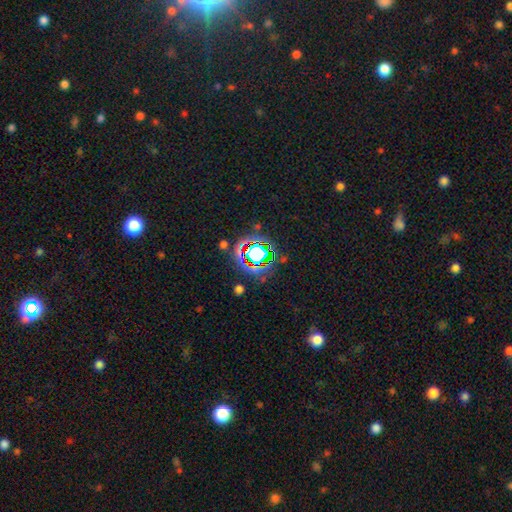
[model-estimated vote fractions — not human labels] This is possibly a star or artifact rather than a galaxy (57%).